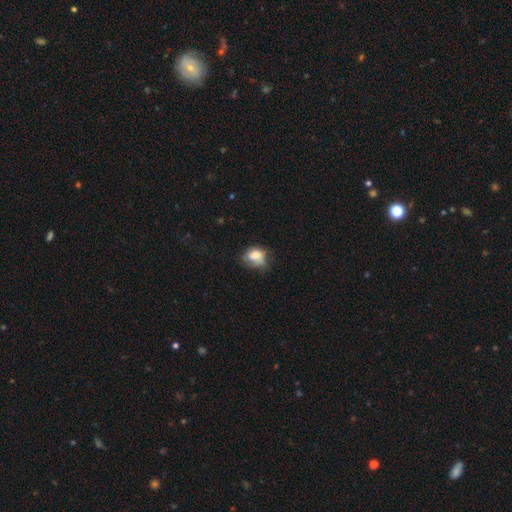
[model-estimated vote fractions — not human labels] Morphology: type=smooth (66%); roundness=in between (56%); merging=none (35%).